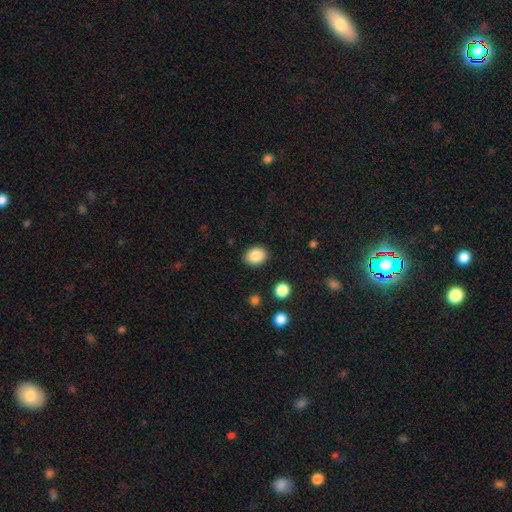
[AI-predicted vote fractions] Smooth or featured?
  - smooth: 87% *
  - star or artifact: 8%
  - featured or disk: 5%
How rounded?
  - in between: 57% *
  - round: 42%
  - cigar-shaped: 1%
Merging?
  - none: 89% *
  - minor disturbance: 8%
  - major disturbance: 2%
  - merger: 1%